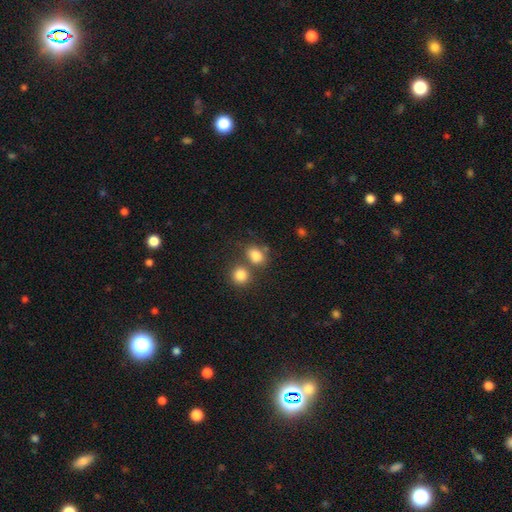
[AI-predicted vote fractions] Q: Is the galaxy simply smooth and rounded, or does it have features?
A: smooth — 82%.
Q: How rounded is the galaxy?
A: in between — 61%.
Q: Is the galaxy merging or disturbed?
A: none — 48%.